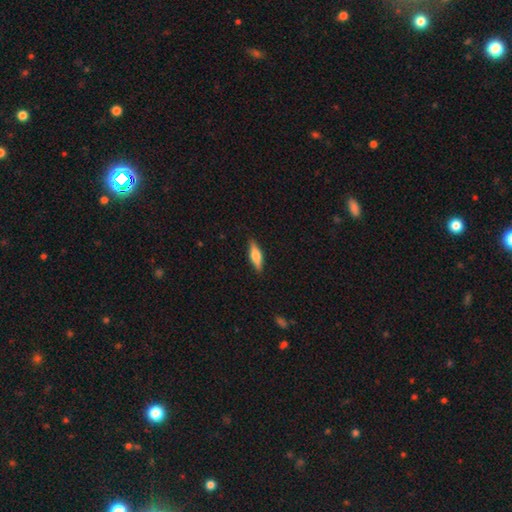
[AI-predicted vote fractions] Smooth or featured?
  - smooth: 49% *
  - featured or disk: 44%
  - star or artifact: 6%
Merging?
  - none: 89% *
  - minor disturbance: 9%
  - major disturbance: 2%
  - merger: 1%